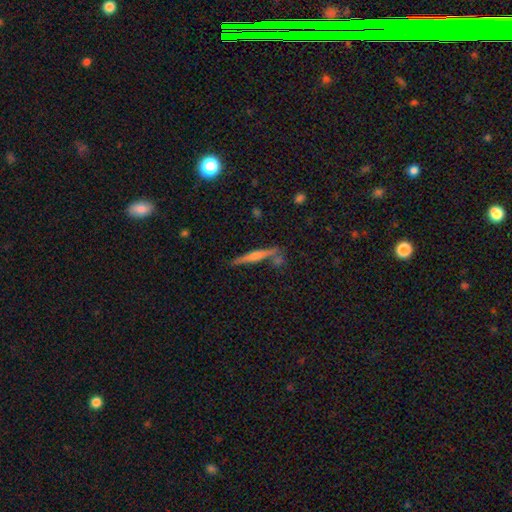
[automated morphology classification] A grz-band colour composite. It shows a featured or disk galaxy (54%) viewed edge-on (96%) with a rounded central bulge (62%). Merging: none (77%).